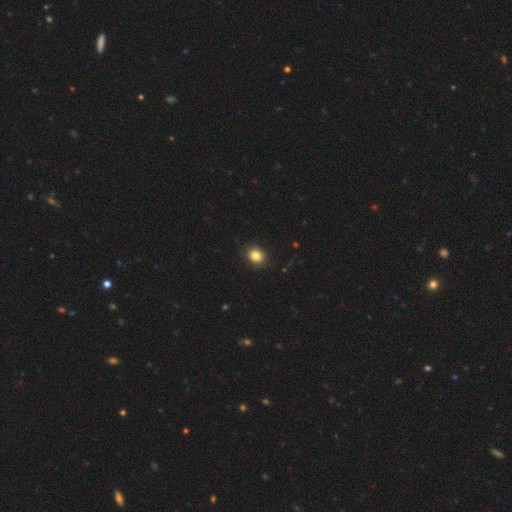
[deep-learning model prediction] Q: Smooth or featured?
A: smooth (85%); runner-up: star or artifact (10%)
Q: How rounded?
A: round (51%); runner-up: in between (48%)
Q: Merging?
A: none (89%); runner-up: minor disturbance (8%)